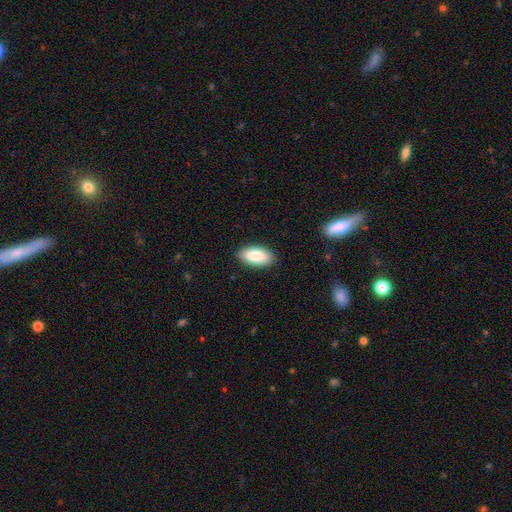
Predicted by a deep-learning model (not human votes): Smooth or featured: smooth — 86% (featured or disk — 8%)
How rounded: in between — 93% (cigar-shaped — 5%)
Merging: none — 89% (minor disturbance — 8%)